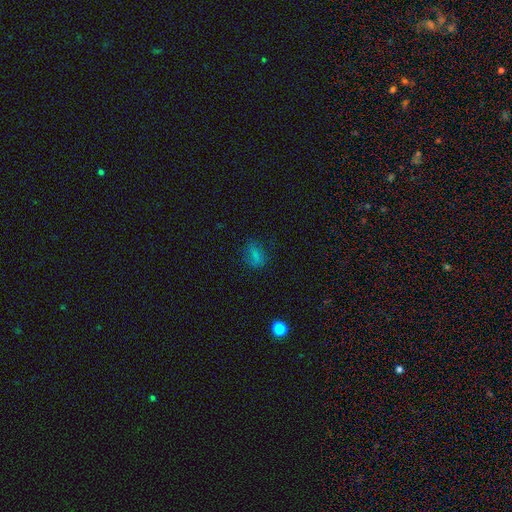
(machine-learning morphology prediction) Smooth or featured? Predicted: smooth (p=0.72). How rounded? Predicted: in between (p=0.72). Merging? Predicted: none (p=0.70).